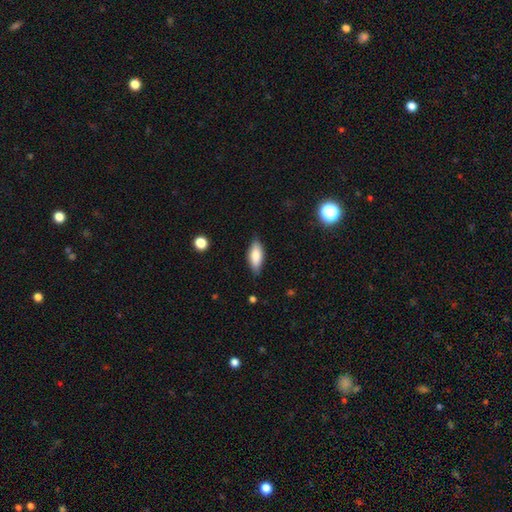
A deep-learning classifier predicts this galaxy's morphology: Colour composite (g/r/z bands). It shows a smooth galaxy with no disk features (80%) that is in between round and cigar-shaped (78%). Merging: none (81%).